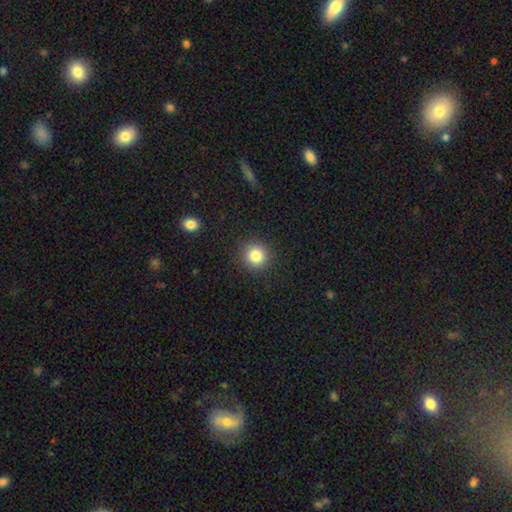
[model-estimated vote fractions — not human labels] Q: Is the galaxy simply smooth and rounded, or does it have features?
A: smooth — 83%.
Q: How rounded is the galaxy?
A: round — 93%.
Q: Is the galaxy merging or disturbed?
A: none — 91%.